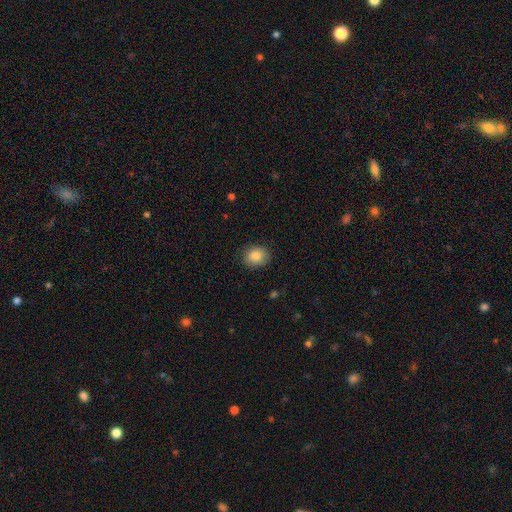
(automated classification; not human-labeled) Morphology: type=smooth (85%); roundness=round (53%); merging=none (83%).